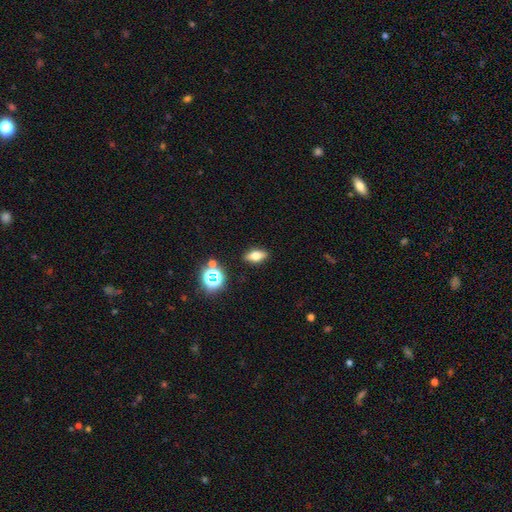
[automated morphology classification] The model was most divided on "smooth or featured": smooth: 55%, featured or disk: 31%, star or artifact: 14%. More confident: merging — none (87%); how rounded — in between (71%).